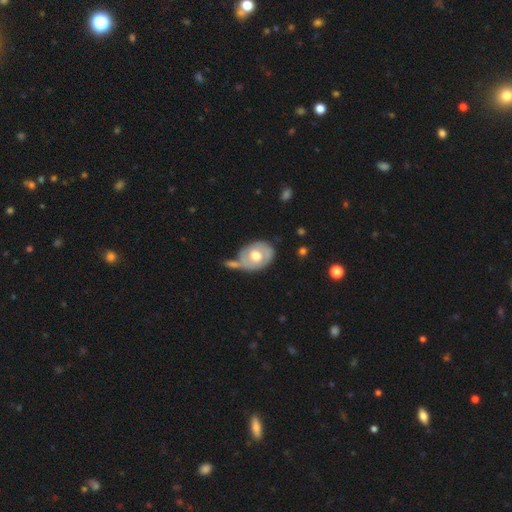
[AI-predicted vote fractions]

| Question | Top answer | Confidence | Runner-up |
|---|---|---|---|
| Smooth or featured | featured or disk | 58% | smooth (36%) |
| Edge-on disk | no | 95% | yes (5%) |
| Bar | no | 76% | weak (20%) |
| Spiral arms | yes | 55% | no (45%) |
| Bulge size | moderate | 63% | large (30%) |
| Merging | none | 45% | minor disturbance (23%) |